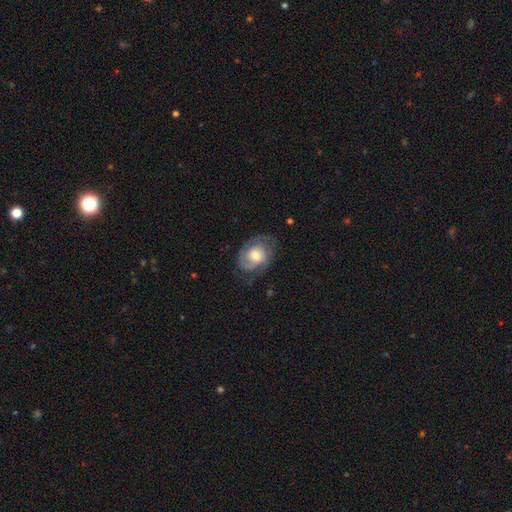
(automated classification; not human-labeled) smooth-or-featured: featured or disk: 72% | smooth: 22% | star or artifact: 6%
  disk-edge-on: no: 97% | yes: 3%
    bar: no: 68% | weak: 27% | strong: 5%
    has-spiral-arms: yes: 90% | no: 10%
      spiral-winding: tight: 47% | medium: 39% | loose: 14%
      spiral-arm-count: 2: 61% | can't tell: 18% | 1: 8% | 3: 8% | 4: 2% | more than 4: 2%
    bulge-size: moderate: 60% | large: 20% | small: 16% | none: 2% | dominant: 2%
  merging: none: 63% | minor disturbance: 23% | major disturbance: 13% | merger: 1%